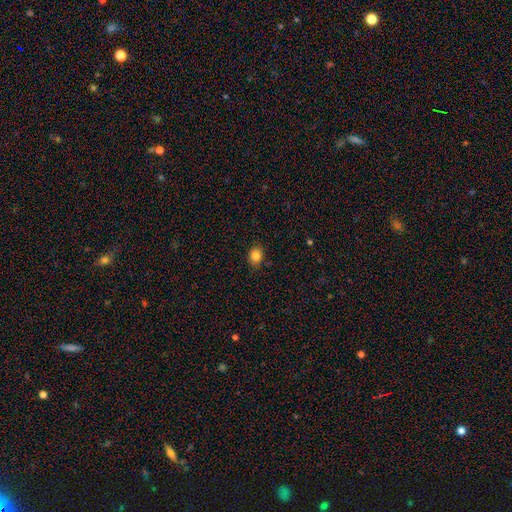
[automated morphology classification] smooth_or_featured: smooth (p=0.84) [alt: star or artifact p=0.11]
how_rounded: in between (p=0.52) [alt: round p=0.47]
merging: none (p=0.86) [alt: minor disturbance p=0.10]